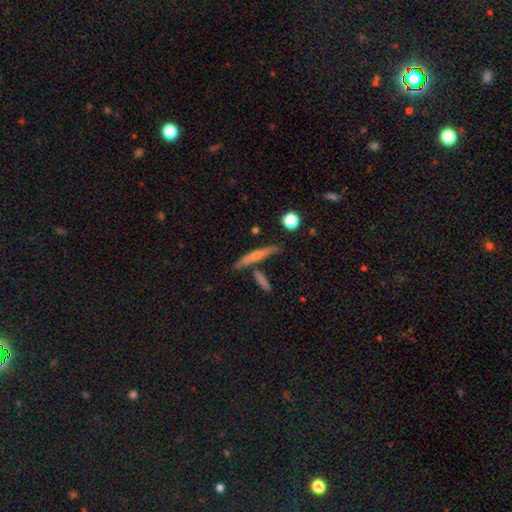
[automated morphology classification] type=featured or disk (49%); merging=none (70%).